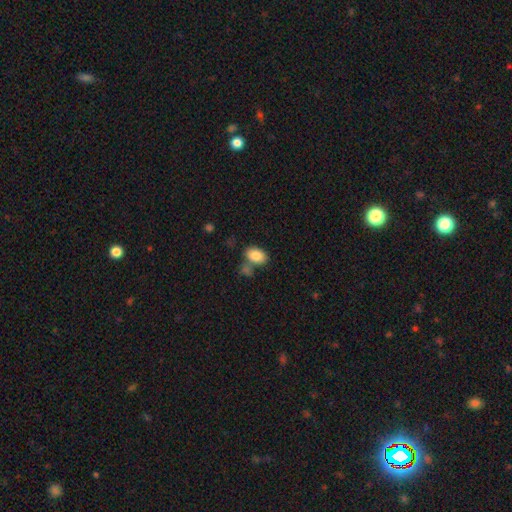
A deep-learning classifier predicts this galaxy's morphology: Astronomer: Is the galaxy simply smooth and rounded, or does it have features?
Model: smooth — 84%.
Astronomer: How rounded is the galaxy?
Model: in between — 87%.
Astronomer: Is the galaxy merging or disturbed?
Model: none — 60%.